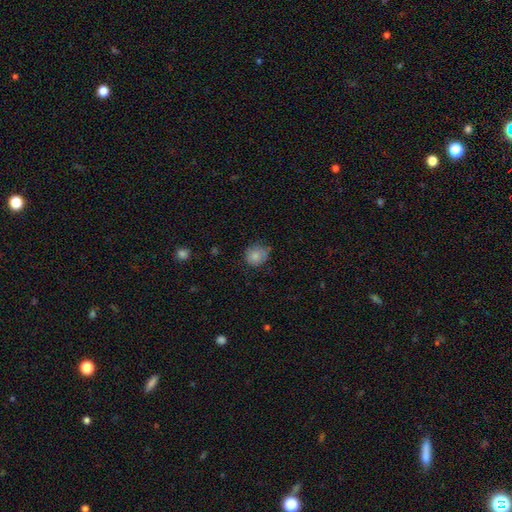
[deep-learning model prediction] This appears to be a smooth galaxy with no disk features (82%) that is round (80%). Merging: none (67%).